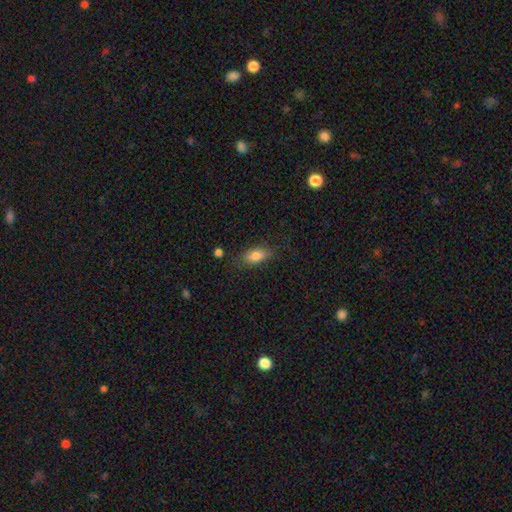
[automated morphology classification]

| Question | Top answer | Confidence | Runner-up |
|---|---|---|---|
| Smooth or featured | smooth | 81% | featured or disk (11%) |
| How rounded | in between | 86% | cigar-shaped (9%) |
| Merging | none | 76% | minor disturbance (17%) |